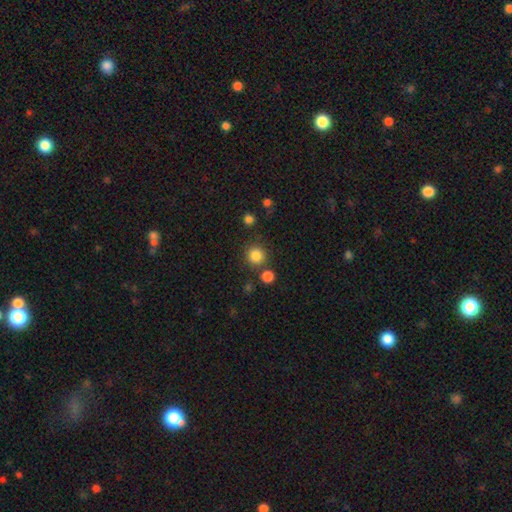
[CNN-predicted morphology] A smooth galaxy with no disk features (84%) that is round (93%).

Vote fractions:
- Smooth or featured? smooth: 84% / star or artifact: 12% / featured or disk: 4%
- How rounded? round: 93% / in between: 6% / cigar-shaped: 1%
- Merging? none: 82% / merger: 8% / minor disturbance: 7% / major disturbance: 3%